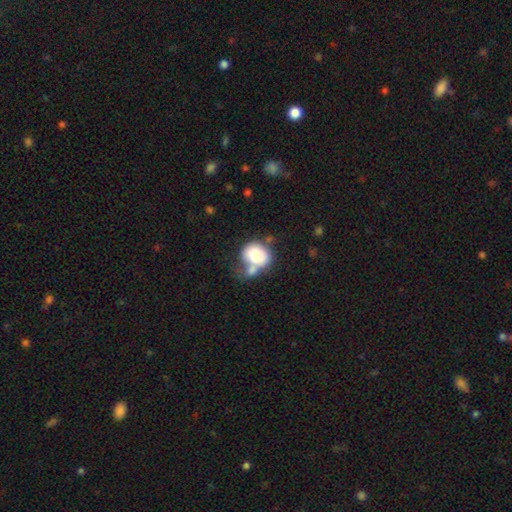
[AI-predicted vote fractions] Q: Smooth or featured?
A: smooth (78%); runner-up: featured or disk (15%)
Q: How rounded?
A: in between (52%); runner-up: round (47%)
Q: Merging?
A: merger (46%); runner-up: none (25%)